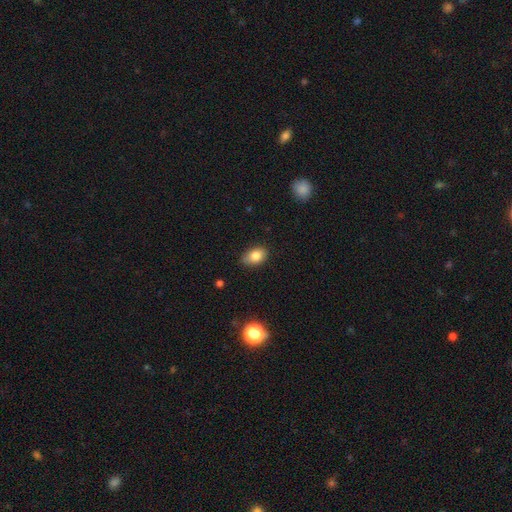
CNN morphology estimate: A smooth galaxy with no disk features (83%) that is in between round and cigar-shaped (85%). Merging: none (75%).